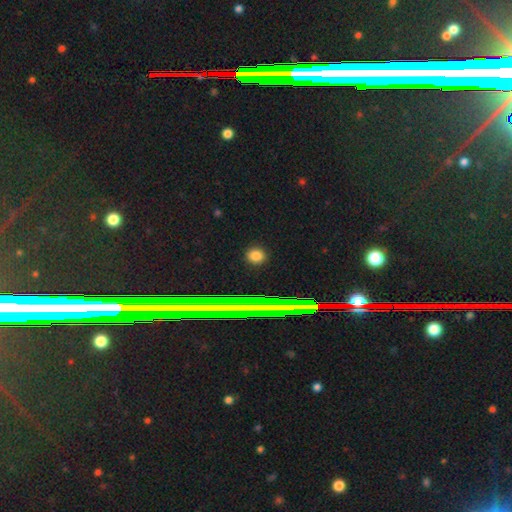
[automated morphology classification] type=smooth (77%); roundness=round (84%); merging=none (91%).